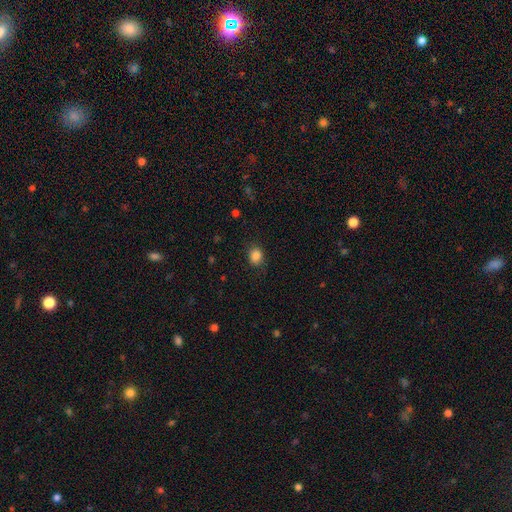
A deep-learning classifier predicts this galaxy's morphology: This appears to be a smooth galaxy with no disk features (86%) that is round (57%). Merging: none (83%).